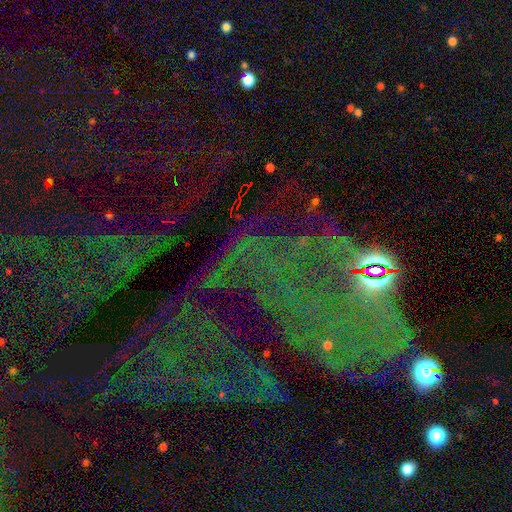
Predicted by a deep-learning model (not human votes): Smooth or featured? star or artifact (81%)